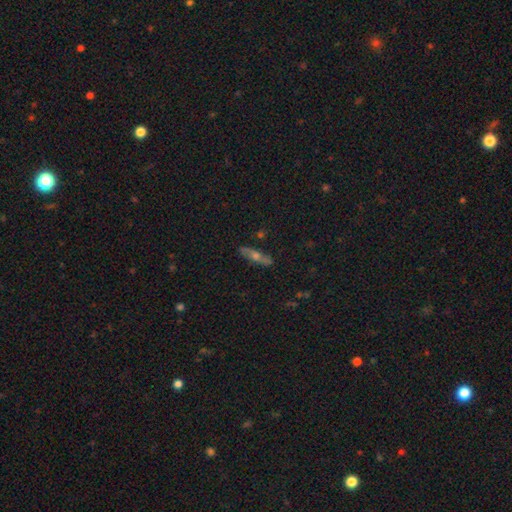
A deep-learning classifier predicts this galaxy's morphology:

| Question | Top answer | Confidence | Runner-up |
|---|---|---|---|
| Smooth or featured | featured or disk | 54% | smooth (37%) |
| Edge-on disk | yes | 75% | no (25%) |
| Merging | none | 85% | minor disturbance (11%) |